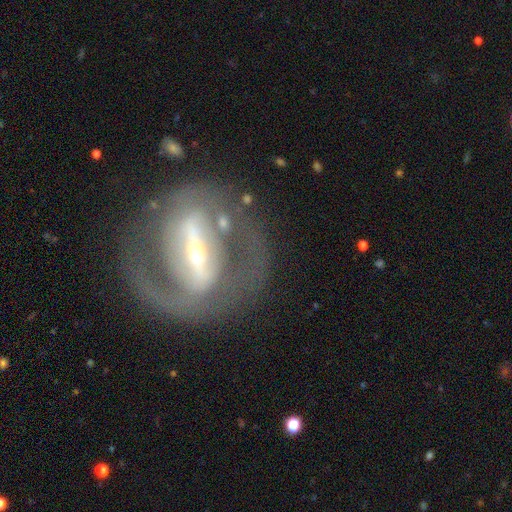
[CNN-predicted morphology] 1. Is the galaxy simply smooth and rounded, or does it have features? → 84% featured or disk, 9% smooth, 6% star or artifact.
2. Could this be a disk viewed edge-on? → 90% no, 10% yes.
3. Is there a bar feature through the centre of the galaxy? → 74% strong, 18% weak, 8% no.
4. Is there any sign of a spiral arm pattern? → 75% yes, 25% no.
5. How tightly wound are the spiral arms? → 45% tight, 39% medium, 16% loose.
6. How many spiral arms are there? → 70% 2, 18% can't tell, 5% 1, 4% 3, 2% 4, 2% more than 4.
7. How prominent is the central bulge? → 60% small, 31% moderate, 5% large, 2% dominant, 2% none.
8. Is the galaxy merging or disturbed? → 70% none, 14% major disturbance, 13% minor disturbance, 3% merger.